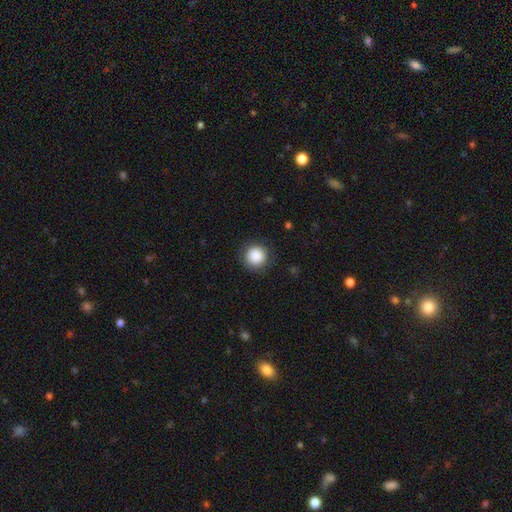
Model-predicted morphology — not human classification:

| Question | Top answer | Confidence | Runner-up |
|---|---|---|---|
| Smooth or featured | smooth | 88% | star or artifact (9%) |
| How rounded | round | 96% | in between (4%) |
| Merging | none | 89% | minor disturbance (7%) |